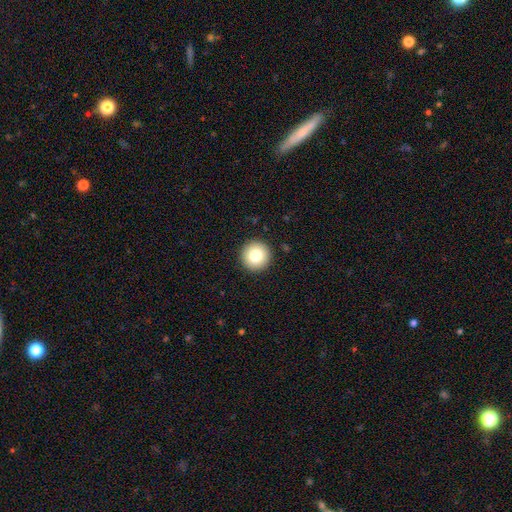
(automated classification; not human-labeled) smooth 79%, featured or disk 11%, star or artifact 10%. Down the decision tree: how rounded — round (96%); merging — none (93%).